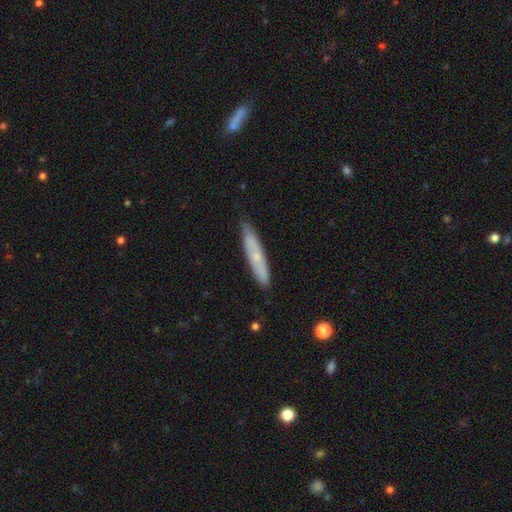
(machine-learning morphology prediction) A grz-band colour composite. It shows a smooth galaxy with no disk features (54%) that is cigar-shaped (88%). Merging: none (80%).